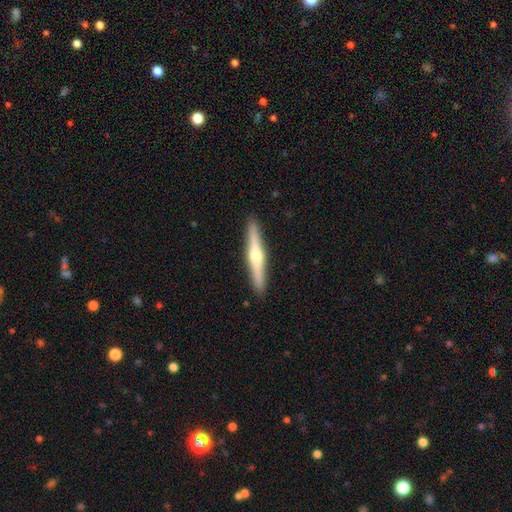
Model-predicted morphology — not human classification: Smooth or featured: featured or disk — 66% (smooth — 30%)
Edge-on disk: yes — 98% (no — 2%)
Edge-on bulge: rounded — 92% (none — 5%)
Merging: none — 92% (minor disturbance — 6%)